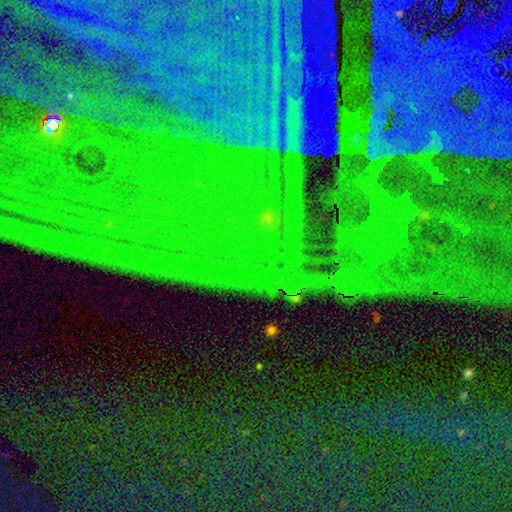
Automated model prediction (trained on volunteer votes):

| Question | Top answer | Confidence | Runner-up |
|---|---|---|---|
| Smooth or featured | star or artifact | 88% | featured or disk (7%) |